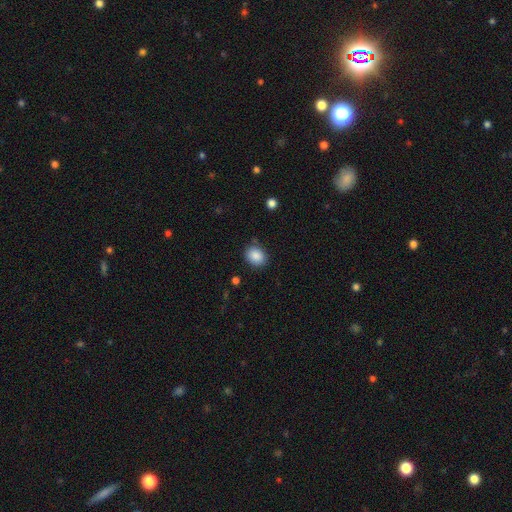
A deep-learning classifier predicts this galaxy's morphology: Smooth or featured? smooth (87%)
How rounded? round (53%)
Merging? none (82%)